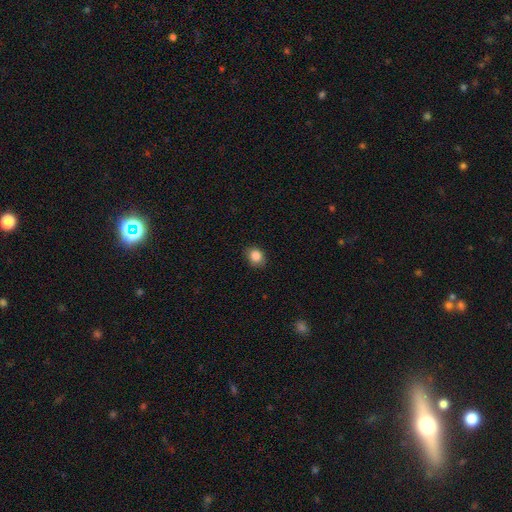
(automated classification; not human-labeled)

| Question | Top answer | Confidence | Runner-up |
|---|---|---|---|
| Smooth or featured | smooth | 86% | star or artifact (10%) |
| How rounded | round | 58% | in between (42%) |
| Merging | none | 82% | minor disturbance (15%) |